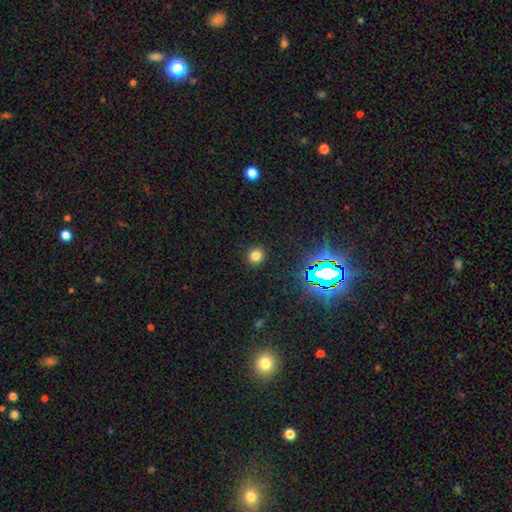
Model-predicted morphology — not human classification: Smooth or featured: smooth — 74% (star or artifact — 20%)
How rounded: round — 85% (in between — 14%)
Merging: none — 91% (minor disturbance — 6%)